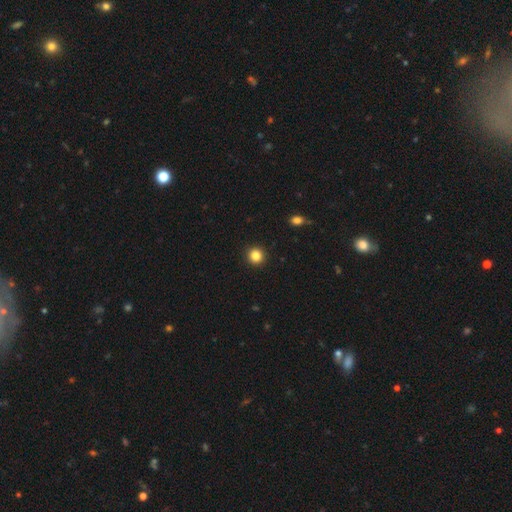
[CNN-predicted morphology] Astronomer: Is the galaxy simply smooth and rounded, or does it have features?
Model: smooth — 84%.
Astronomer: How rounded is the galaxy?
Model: round — 94%.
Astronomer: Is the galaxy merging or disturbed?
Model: none — 93%.